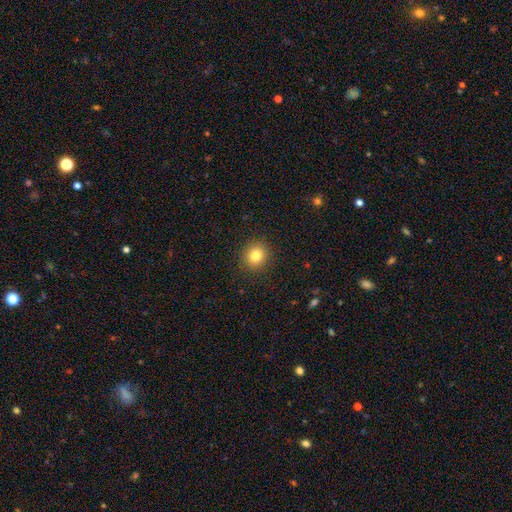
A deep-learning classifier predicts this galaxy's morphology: Smooth or featured: smooth — 82% (star or artifact — 11%)
How rounded: round — 85% (in between — 14%)
Merging: none — 90% (minor disturbance — 6%)